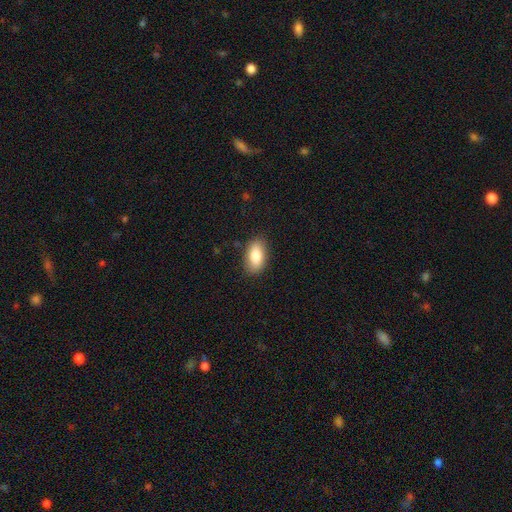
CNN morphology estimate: smooth_or_featured: smooth (p=0.84) [alt: featured or disk p=0.09]
how_rounded: in between (p=0.92) [alt: round p=0.04]
merging: none (p=0.84) [alt: minor disturbance p=0.12]